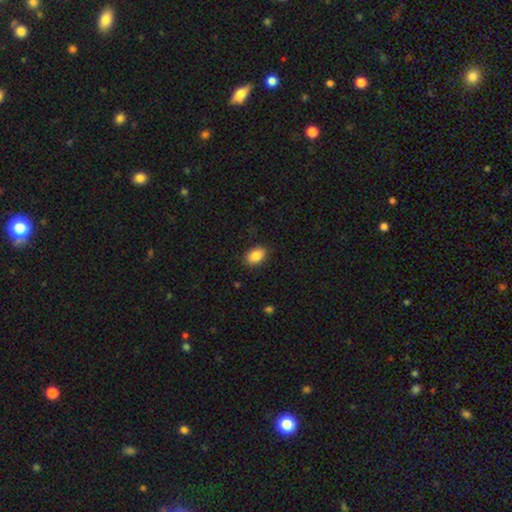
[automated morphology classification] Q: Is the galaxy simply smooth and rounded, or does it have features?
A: smooth — 87%.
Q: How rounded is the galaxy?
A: in between — 82%.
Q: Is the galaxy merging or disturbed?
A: none — 88%.